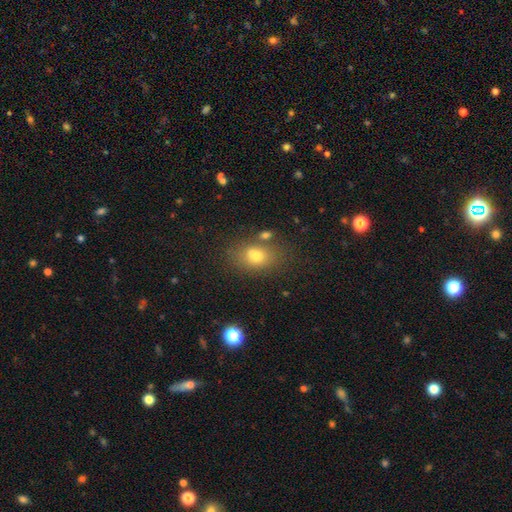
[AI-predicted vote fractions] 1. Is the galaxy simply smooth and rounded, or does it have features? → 72% smooth, 14% featured or disk, 14% star or artifact.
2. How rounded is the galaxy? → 74% in between, 24% round, 2% cigar-shaped.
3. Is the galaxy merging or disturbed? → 65% none, 15% minor disturbance, 15% merger, 6% major disturbance.